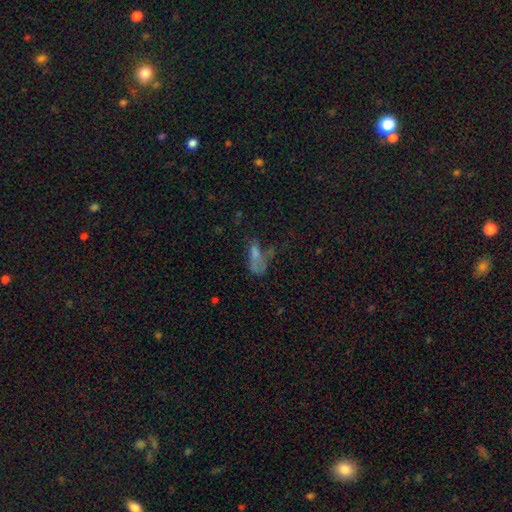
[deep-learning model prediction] smooth-or-featured: smooth: 53% | featured or disk: 27% | star or artifact: 20%
  how-rounded: in between: 75% | cigar-shaped: 19% | round: 6%
  merging: major disturbance: 38% | none: 25% | merger: 19% | minor disturbance: 17%